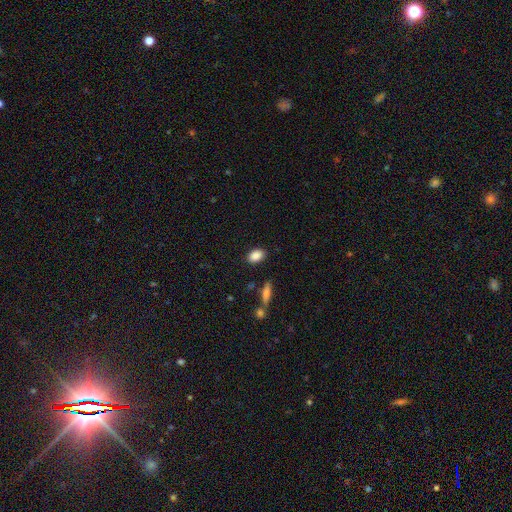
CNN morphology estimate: The model was most divided on "how rounded": in between: 83%, round: 15%, cigar-shaped: 2%. More confident: smooth or featured — smooth (88%); merging — none (86%).